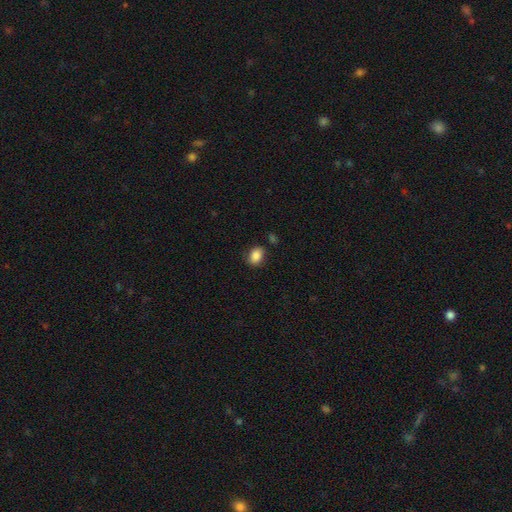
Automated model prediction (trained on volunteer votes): Smooth or featured? Predicted: smooth (p=0.87). How rounded? Predicted: in between (p=0.61). Merging? Predicted: none (p=0.81).